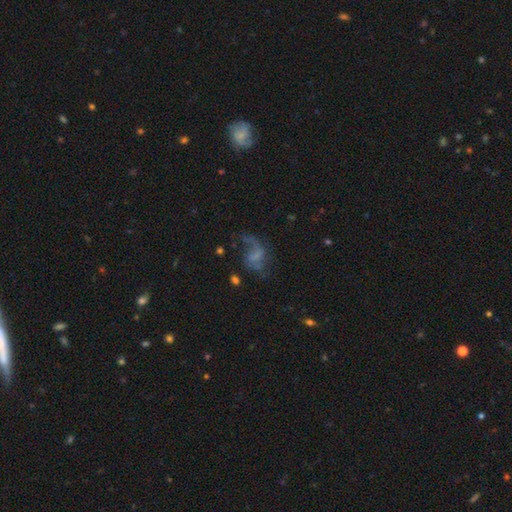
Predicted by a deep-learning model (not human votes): This appears to be a featured or disk galaxy (59%) with no bar (52%), spiral arms (73%) and no central bulge (63%). Merging: major disturbance (41%).